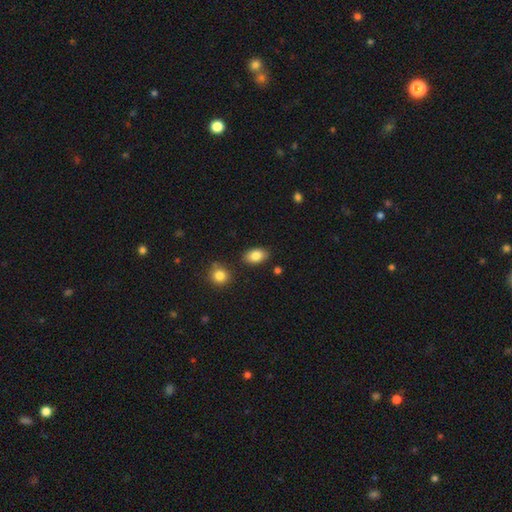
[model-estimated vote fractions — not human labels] A smooth galaxy with no disk features (86%) that is in between round and cigar-shaped (88%).

Vote fractions:
- Smooth or featured? smooth: 86% / star or artifact: 8% / featured or disk: 7%
- How rounded? in between: 88% / round: 10% / cigar-shaped: 1%
- Merging? none: 84% / minor disturbance: 10% / merger: 4% / major disturbance: 2%